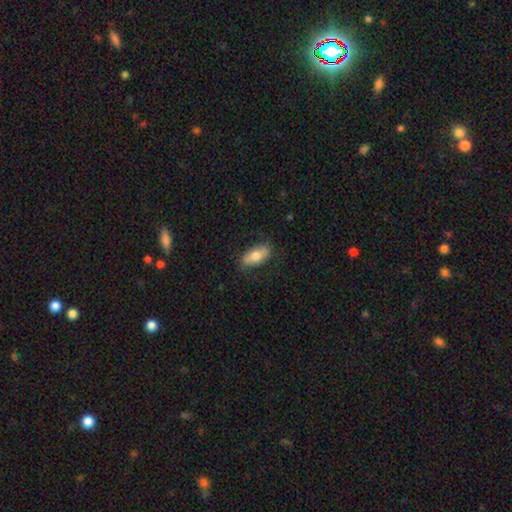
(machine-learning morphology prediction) This appears to be a smooth galaxy with no disk features (72%) that is in between round and cigar-shaped (90%). Merging: none (79%).